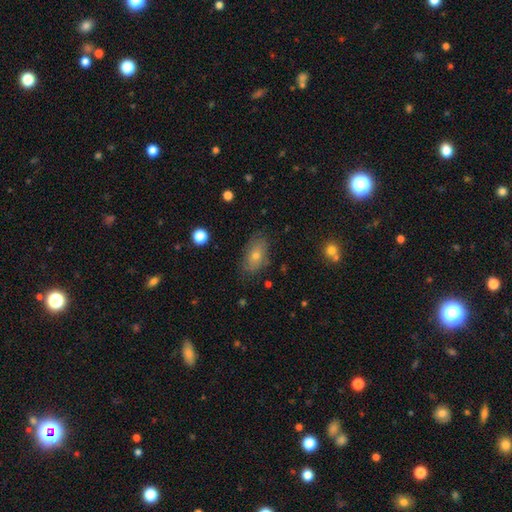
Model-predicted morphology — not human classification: A smooth galaxy with no disk features (59%) that is in between round and cigar-shaped (88%). Merging: none (79%).